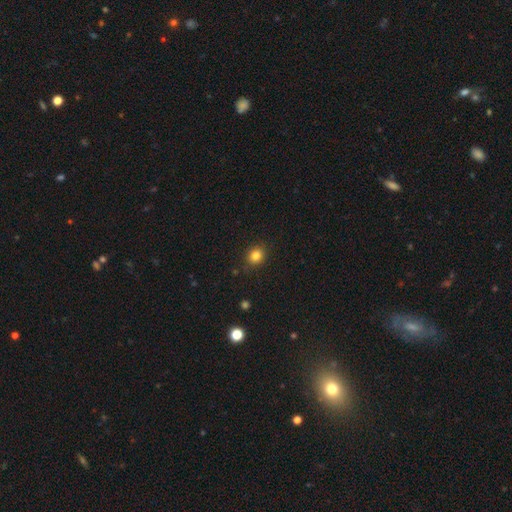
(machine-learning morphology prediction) type=smooth (83%); roundness=round (71%); merging=none (87%).